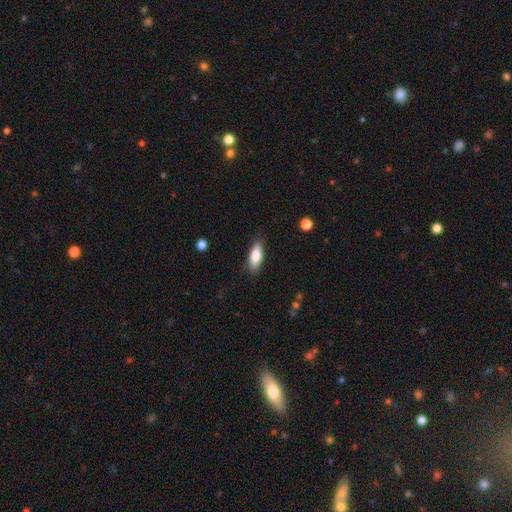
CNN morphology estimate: This is clearly a smooth galaxy (82%). How rounded: likely in between (69%). Merging: clearly none (84%).